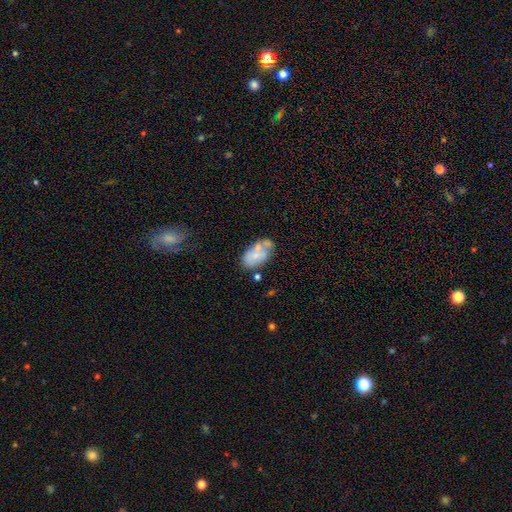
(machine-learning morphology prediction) This appears to be a smooth galaxy with no disk features (56%) that is in between round and cigar-shaped (92%). Merging: none (41%).